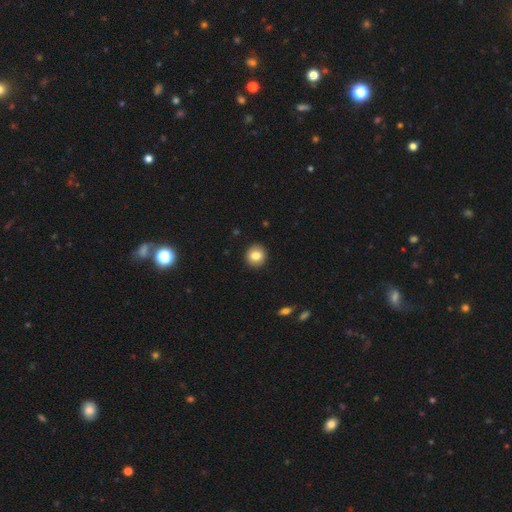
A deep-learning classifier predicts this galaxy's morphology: A smooth galaxy with no disk features (83%) that is round (88%).

Vote fractions:
- Smooth or featured? smooth: 83% / star or artifact: 9% / featured or disk: 8%
- How rounded? round: 88% / in between: 11% / cigar-shaped: 1%
- Merging? none: 92% / minor disturbance: 5% / major disturbance: 2% / merger: 1%